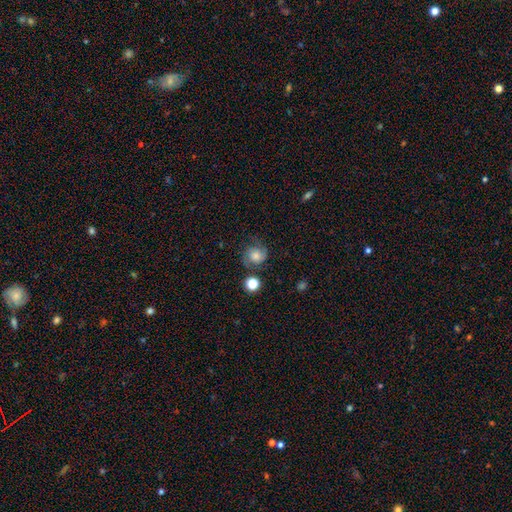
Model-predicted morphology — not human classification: A featured or disk galaxy (54%) with no bar (75%), spiral arms (91%) and a moderate central bulge (44%). Merging: none (70%).